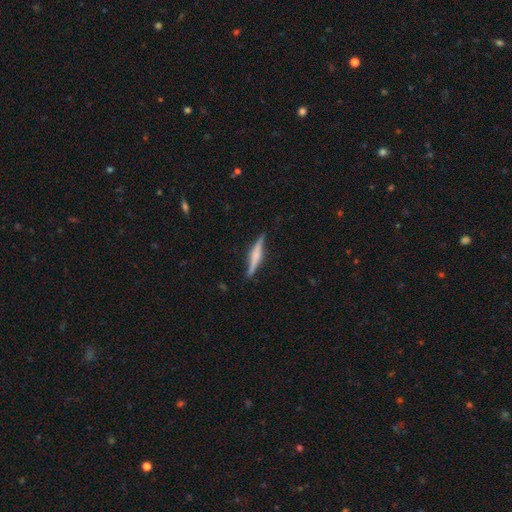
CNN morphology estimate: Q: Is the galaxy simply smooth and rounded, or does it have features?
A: featured or disk — 60%.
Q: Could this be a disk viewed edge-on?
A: yes — 96%.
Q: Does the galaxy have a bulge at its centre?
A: rounded — 58%.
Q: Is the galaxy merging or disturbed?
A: none — 84%.